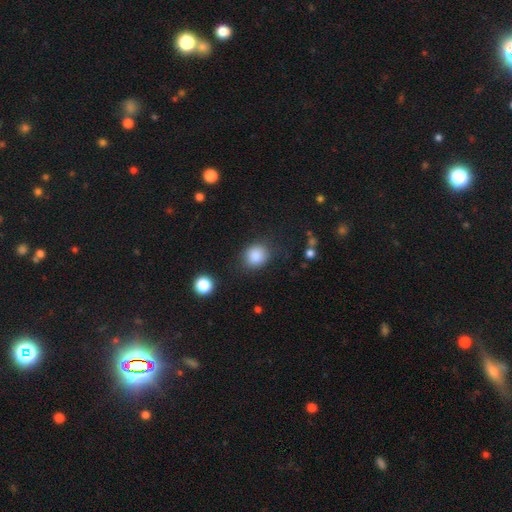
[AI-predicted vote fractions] smooth-or-featured: smooth: 87% | star or artifact: 9% | featured or disk: 4%
  how-rounded: round: 72% | in between: 27% | cigar-shaped: 1%
  merging: none: 81% | minor disturbance: 12% | major disturbance: 5% | merger: 2%